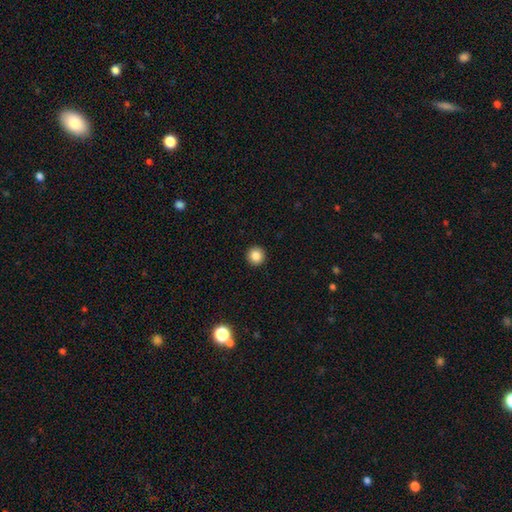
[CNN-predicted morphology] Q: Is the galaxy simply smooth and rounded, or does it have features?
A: smooth — 85%.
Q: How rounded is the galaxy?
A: round — 96%.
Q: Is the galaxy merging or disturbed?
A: none — 94%.